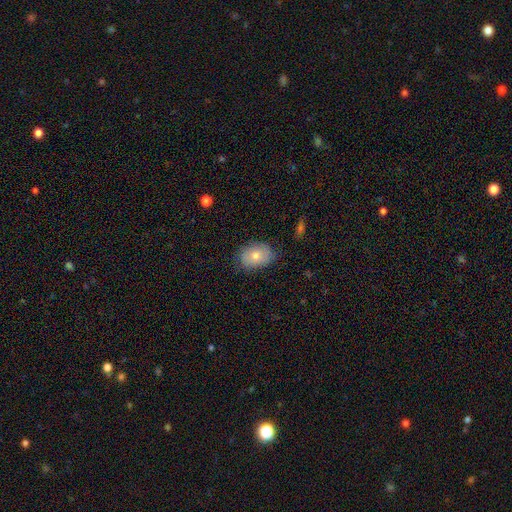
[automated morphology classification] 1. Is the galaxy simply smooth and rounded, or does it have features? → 71% smooth, 20% featured or disk, 9% star or artifact.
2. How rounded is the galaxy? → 79% in between, 20% round, 1% cigar-shaped.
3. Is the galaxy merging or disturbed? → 77% none, 19% minor disturbance, 4% major disturbance, 1% merger.